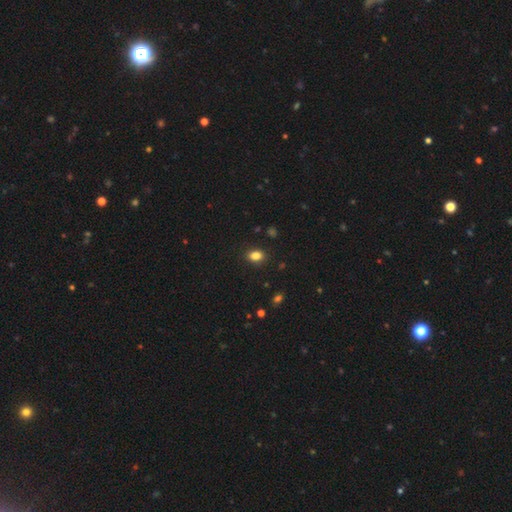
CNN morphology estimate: Smooth or featured?
  - smooth: 84% *
  - star or artifact: 11%
  - featured or disk: 5%
How rounded?
  - in between: 77% *
  - round: 22%
  - cigar-shaped: 1%
Merging?
  - none: 88% *
  - minor disturbance: 8%
  - major disturbance: 2%
  - merger: 1%